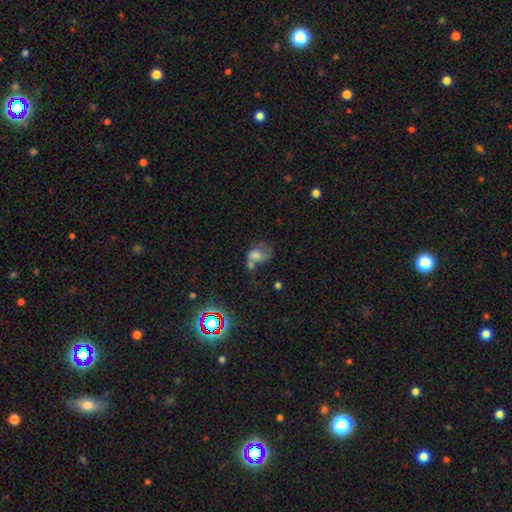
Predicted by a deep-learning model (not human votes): The model was most divided on "merging": merger: 35%, major disturbance: 27%, none: 21%, minor disturbance: 16%. More confident: how rounded — in between (68%); smooth or featured — smooth (56%).